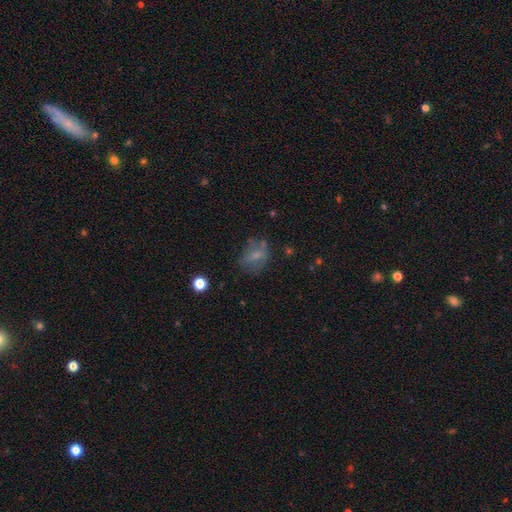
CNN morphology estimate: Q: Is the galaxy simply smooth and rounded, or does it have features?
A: smooth — 62%.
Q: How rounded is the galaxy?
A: in between — 66%.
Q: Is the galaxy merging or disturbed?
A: none — 52%.